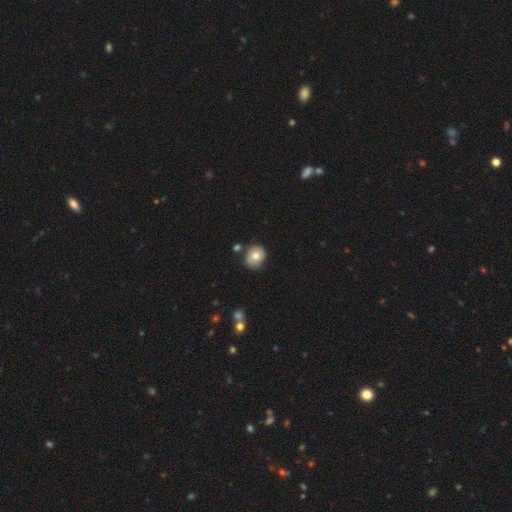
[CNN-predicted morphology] smooth_or_featured: smooth (p=0.68) [alt: featured or disk p=0.23]
how_rounded: round (p=0.74) [alt: in between p=0.25]
merging: none (p=0.71) [alt: minor disturbance p=0.20]